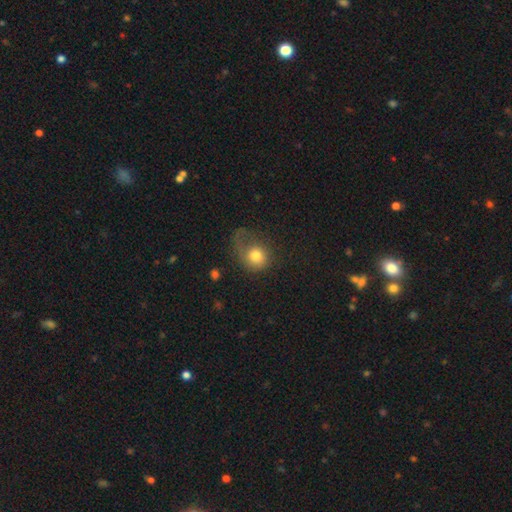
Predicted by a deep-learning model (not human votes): smooth-or-featured: smooth: 71% | featured or disk: 20% | star or artifact: 9%
  how-rounded: round: 71% | in between: 28% | cigar-shaped: 1%
  merging: major disturbance: 45% | none: 30% | minor disturbance: 22% | merger: 3%